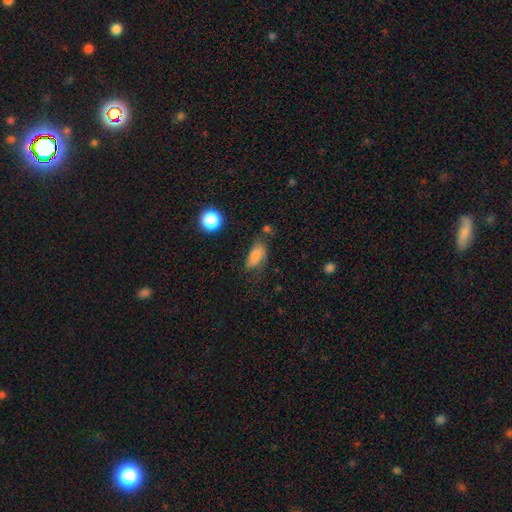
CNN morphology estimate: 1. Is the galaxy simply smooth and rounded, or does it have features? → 79% smooth, 10% star or artifact, 10% featured or disk.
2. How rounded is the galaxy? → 88% in between, 6% cigar-shaped, 6% round.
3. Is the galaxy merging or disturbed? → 55% none, 29% minor disturbance, 12% major disturbance, 4% merger.